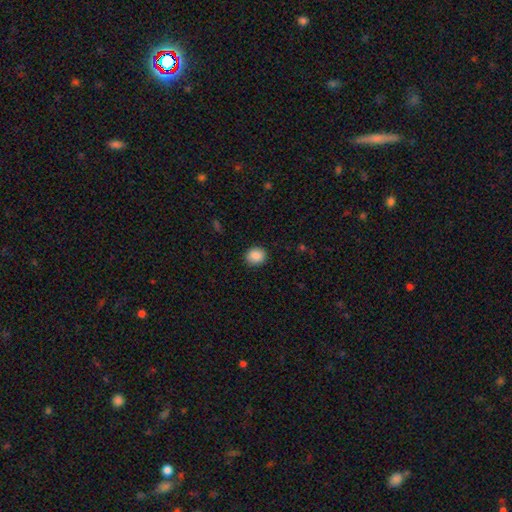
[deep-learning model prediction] Smooth or featured? smooth (88%)
How rounded? round (78%)
Merging? none (91%)